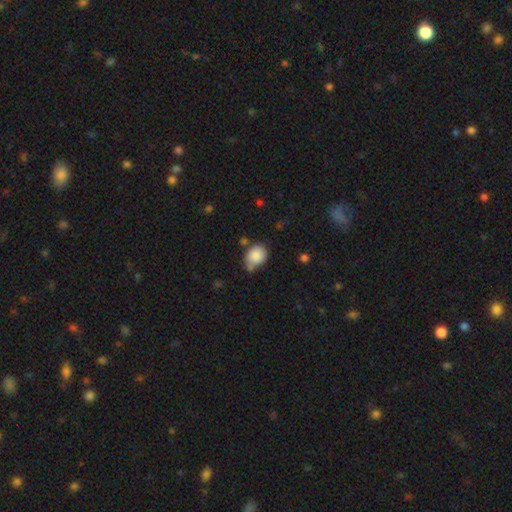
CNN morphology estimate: A smooth galaxy with no disk features (84%) that is round (53%).

Vote fractions:
- Smooth or featured? smooth: 84% / star or artifact: 8% / featured or disk: 8%
- How rounded? round: 53% / in between: 47% / cigar-shaped: 1%
- Merging? none: 49% / minor disturbance: 31% / merger: 12% / major disturbance: 8%